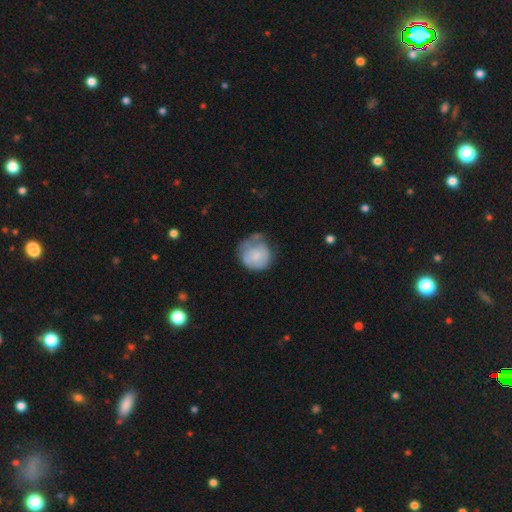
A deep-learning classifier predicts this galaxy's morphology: Smooth or featured? Predicted: smooth (p=0.66). How rounded? Predicted: round (p=0.87). Merging? Predicted: none (p=0.39).